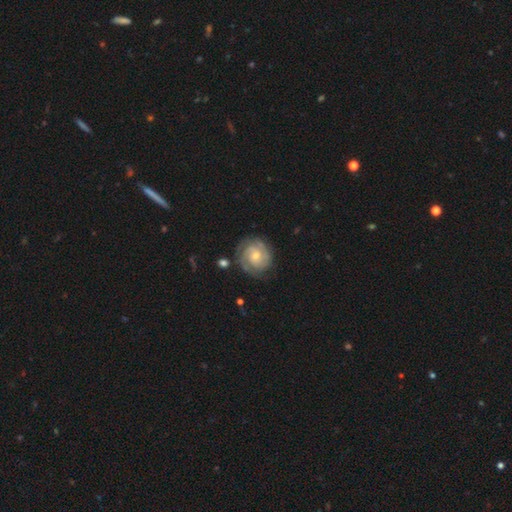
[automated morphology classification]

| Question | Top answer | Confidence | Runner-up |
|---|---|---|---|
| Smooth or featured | featured or disk | 79% | smooth (16%) |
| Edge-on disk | no | 98% | yes (2%) |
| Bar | no | 66% | weak (29%) |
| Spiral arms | yes | 95% | no (5%) |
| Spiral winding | tight | 67% | medium (27%) |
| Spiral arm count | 2 | 39% | can't tell (24%) |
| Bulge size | small | 55% | moderate (39%) |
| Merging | none | 76% | minor disturbance (16%) |